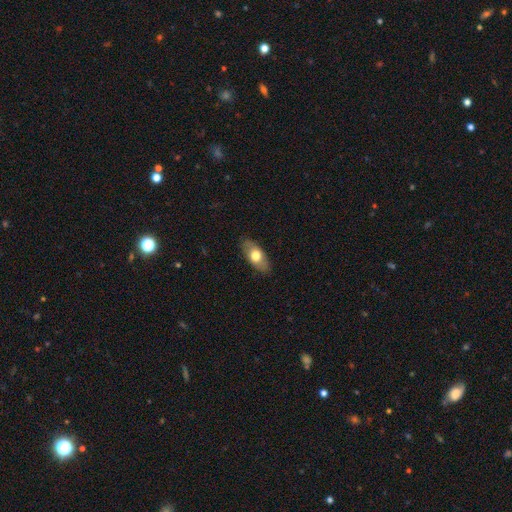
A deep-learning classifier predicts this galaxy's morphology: type=smooth (67%); roundness=in between (88%); merging=none (85%).